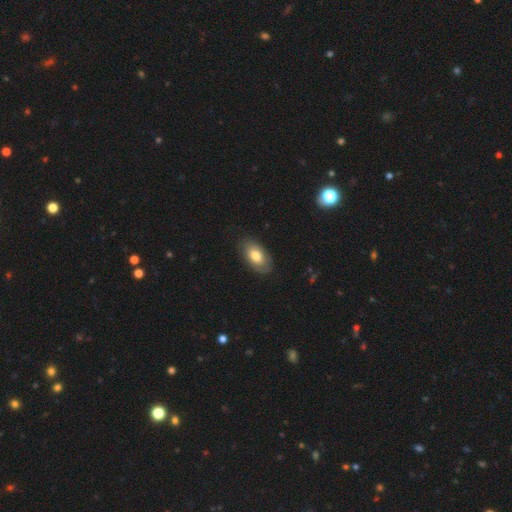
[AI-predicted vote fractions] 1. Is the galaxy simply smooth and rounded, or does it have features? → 69% smooth, 24% featured or disk, 6% star or artifact.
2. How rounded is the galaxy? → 93% in between, 5% round, 2% cigar-shaped.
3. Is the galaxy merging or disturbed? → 79% none, 16% minor disturbance, 4% major disturbance, 1% merger.